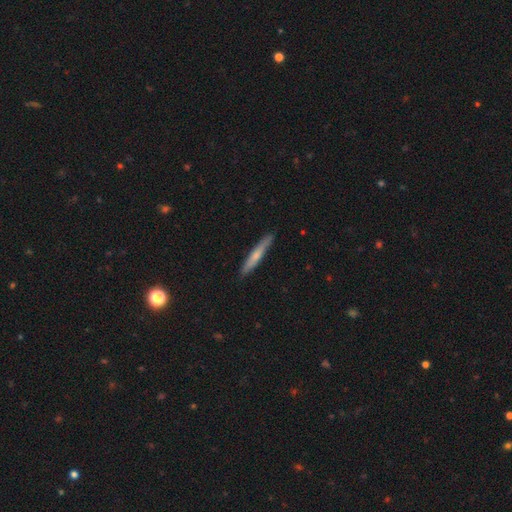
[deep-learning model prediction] This appears to be a smooth galaxy with no disk features (59%) that is cigar-shaped (95%). Merging: none (88%).